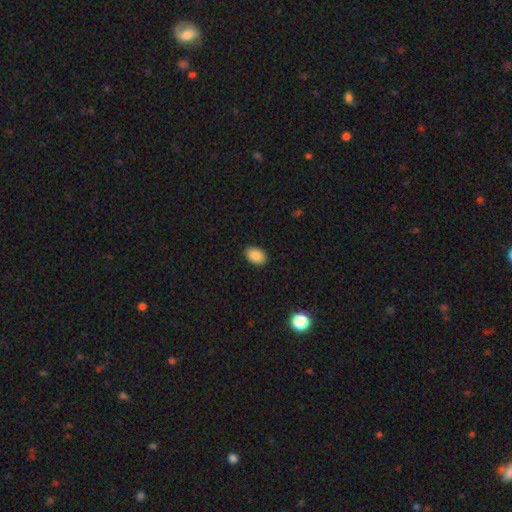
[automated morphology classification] This appears to be a smooth galaxy with no disk features (88%) that is in between round and cigar-shaped (85%). Merging: none (89%).